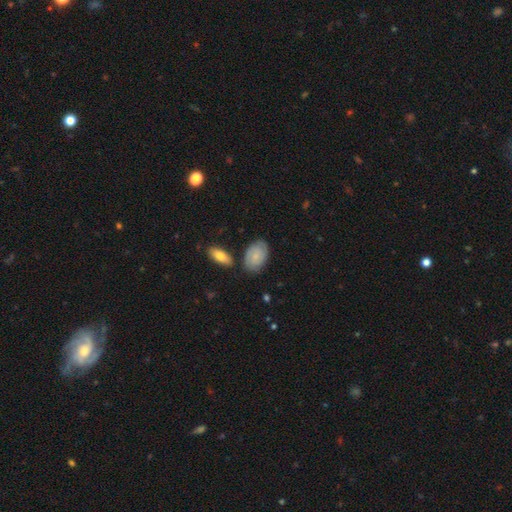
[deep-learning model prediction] Smooth or featured: smooth — 49% (featured or disk — 44%)
Merging: none — 74% (minor disturbance — 16%)